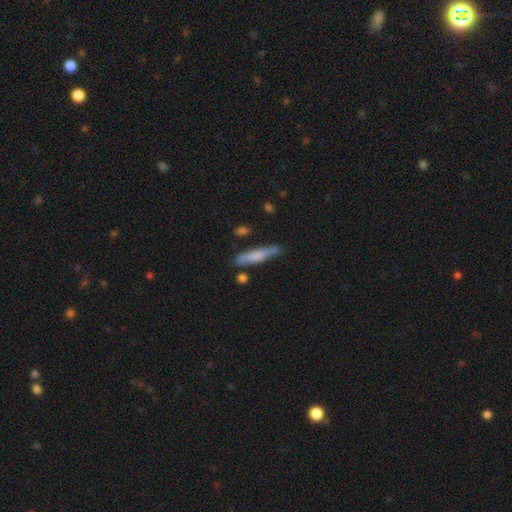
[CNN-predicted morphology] Smooth or featured? Predicted: smooth (p=0.67). How rounded? Predicted: cigar-shaped (p=0.84). Merging? Predicted: none (p=0.71).